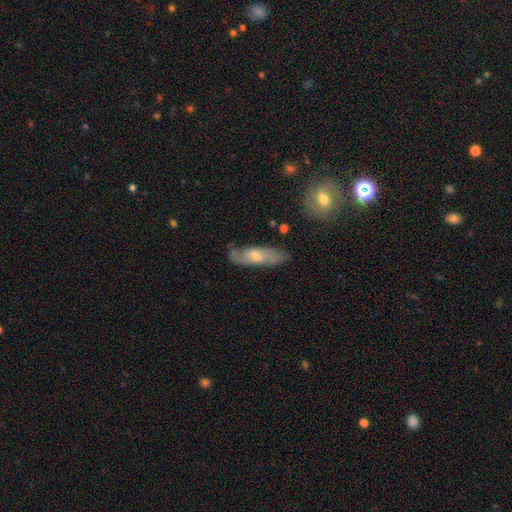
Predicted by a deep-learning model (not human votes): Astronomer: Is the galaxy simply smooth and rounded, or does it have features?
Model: featured or disk — 53% (runner-up: smooth, 40%).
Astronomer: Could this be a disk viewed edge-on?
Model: no — 69%.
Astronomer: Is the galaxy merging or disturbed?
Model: none — 69%.